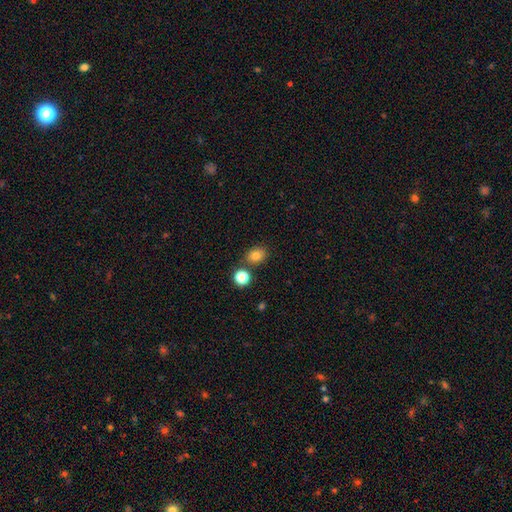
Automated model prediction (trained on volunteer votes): The model was most divided on "how rounded": round: 56%, in between: 43%, cigar-shaped: 1%. More confident: smooth or featured — smooth (79%); merging — none (78%).